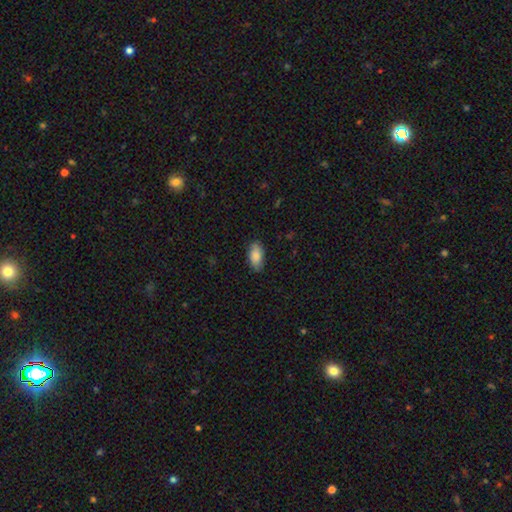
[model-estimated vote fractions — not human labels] Smooth or featured: smooth — 87% (featured or disk — 7%)
How rounded: in between — 92% (cigar-shaped — 5%)
Merging: none — 85% (minor disturbance — 11%)